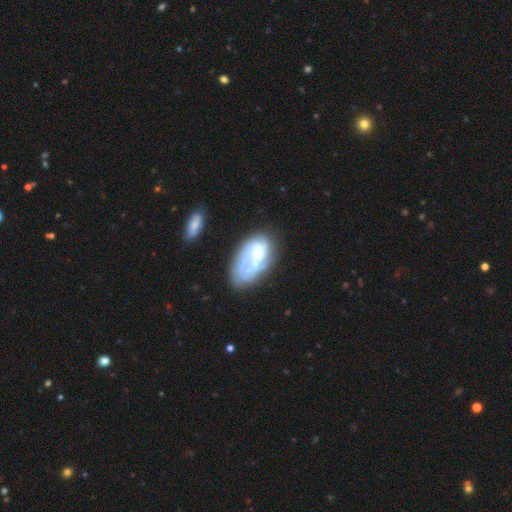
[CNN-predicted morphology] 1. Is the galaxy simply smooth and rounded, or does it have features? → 60% featured or disk, 32% smooth, 8% star or artifact.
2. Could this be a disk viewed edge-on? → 96% no, 4% yes.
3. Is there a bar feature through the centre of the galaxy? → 63% no, 25% weak, 13% strong.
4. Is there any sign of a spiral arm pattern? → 57% yes, 43% no.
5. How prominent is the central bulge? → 38% none, 24% moderate, 20% small, 14% large, 3% dominant.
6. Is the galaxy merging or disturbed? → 43% none, 25% minor disturbance, 23% major disturbance, 8% merger.